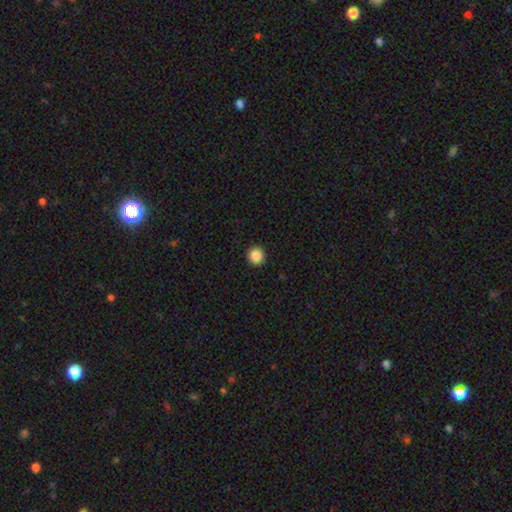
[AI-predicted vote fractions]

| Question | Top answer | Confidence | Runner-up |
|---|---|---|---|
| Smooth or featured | smooth | 87% | star or artifact (10%) |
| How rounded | round | 95% | in between (4%) |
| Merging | none | 94% | minor disturbance (4%) |